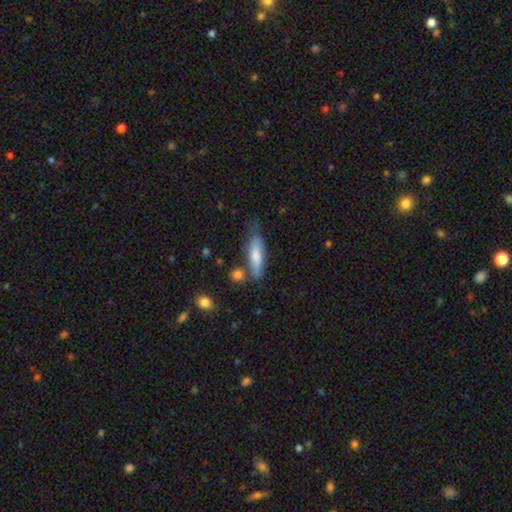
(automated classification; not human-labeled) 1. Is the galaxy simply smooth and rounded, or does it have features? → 70% smooth, 23% featured or disk, 6% star or artifact.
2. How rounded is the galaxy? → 64% cigar-shaped, 34% in between, 2% round.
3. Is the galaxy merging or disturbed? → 56% none, 28% minor disturbance, 9% merger, 8% major disturbance.